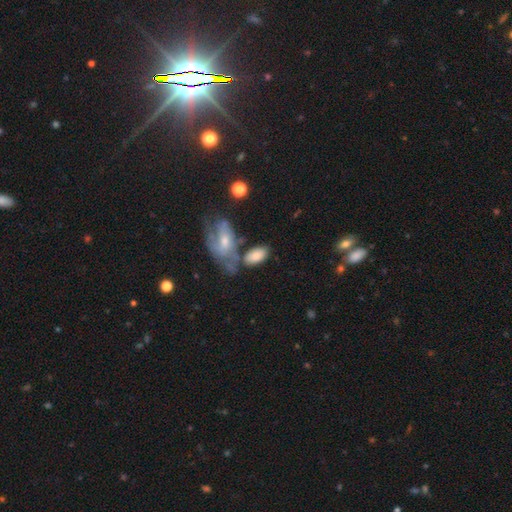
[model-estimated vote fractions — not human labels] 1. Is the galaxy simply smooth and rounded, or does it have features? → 75% smooth, 18% featured or disk, 6% star or artifact.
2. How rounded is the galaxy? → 93% in between, 4% round, 3% cigar-shaped.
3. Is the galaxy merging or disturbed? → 48% none, 23% merger, 20% minor disturbance, 10% major disturbance.